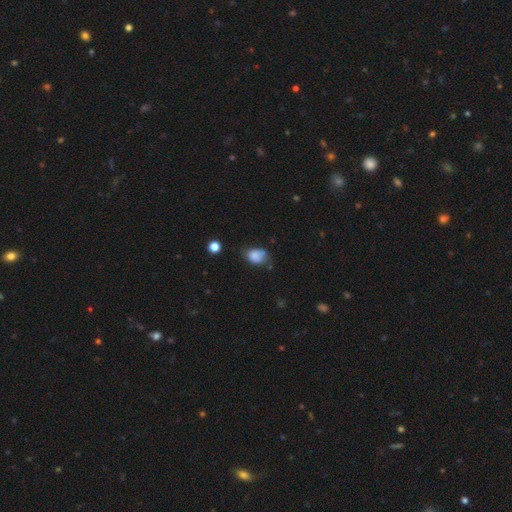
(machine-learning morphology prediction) A smooth galaxy with no disk features (78%) that is in between round and cigar-shaped (68%).

Vote fractions:
- Smooth or featured? smooth: 78% / featured or disk: 11% / star or artifact: 11%
- How rounded? in between: 68% / round: 31% / cigar-shaped: 1%
- Merging? none: 40% (tied) / minor disturbance: 40% (tied) / major disturbance: 14% / merger: 6%